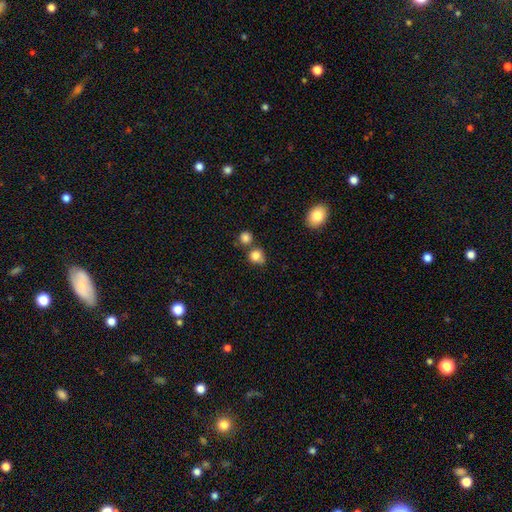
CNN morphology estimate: Smooth or featured? smooth (82%)
How rounded? round (85%)
Merging? none (62%)